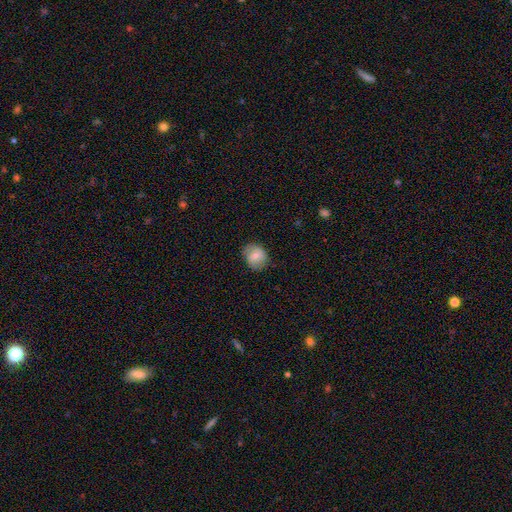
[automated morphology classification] smooth-or-featured: smooth: 74% | featured or disk: 19% | star or artifact: 8%
  how-rounded: round: 61% | in between: 38% | cigar-shaped: 1%
  merging: none: 78% | minor disturbance: 17% | major disturbance: 4% | merger: 1%